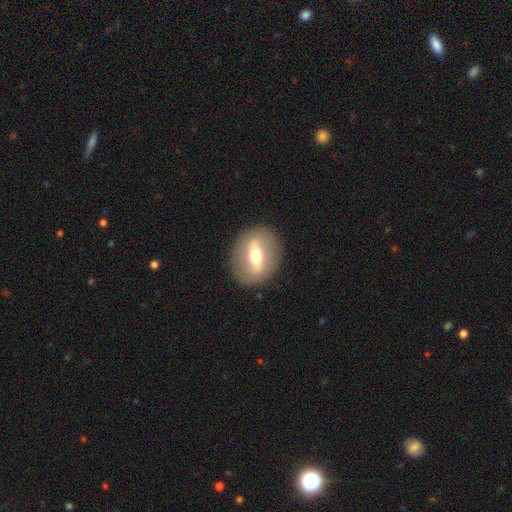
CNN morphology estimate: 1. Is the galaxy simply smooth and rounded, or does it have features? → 60% featured or disk, 33% smooth, 7% star or artifact.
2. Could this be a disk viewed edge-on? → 70% no, 30% yes.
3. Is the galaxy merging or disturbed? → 88% none, 8% minor disturbance, 3% major disturbance, 1% merger.